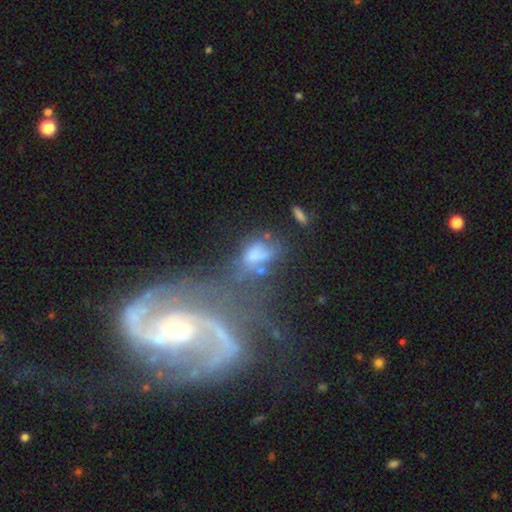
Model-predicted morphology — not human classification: This appears to be a smooth galaxy with no disk features (47%). Merging: major disturbance (29%).